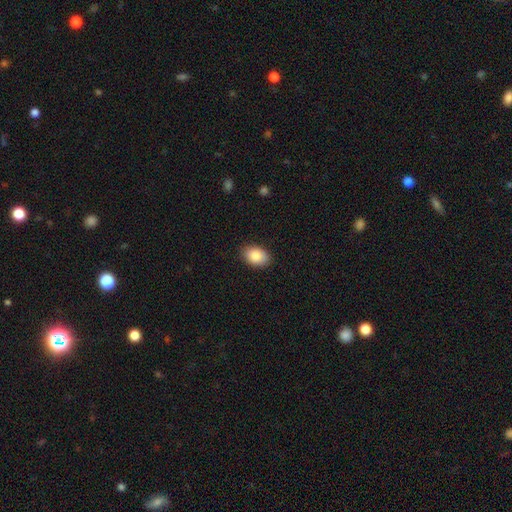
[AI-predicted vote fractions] Smooth or featured?
  - smooth: 86% *
  - star or artifact: 7%
  - featured or disk: 7%
How rounded?
  - in between: 85% *
  - round: 14%
  - cigar-shaped: 1%
Merging?
  - none: 89% *
  - minor disturbance: 8%
  - major disturbance: 2%
  - merger: 1%